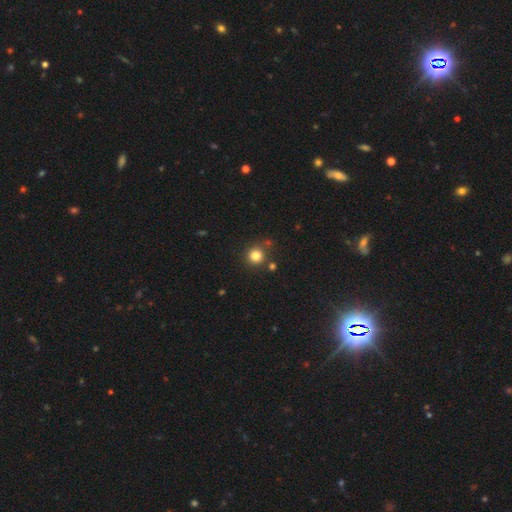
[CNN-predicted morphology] A smooth galaxy with no disk features (81%) that is round (93%).

Vote fractions:
- Smooth or featured? smooth: 81% / star or artifact: 13% / featured or disk: 5%
- How rounded? round: 93% / in between: 6% / cigar-shaped: 1%
- Merging? none: 81% / minor disturbance: 9% / merger: 8% / major disturbance: 3%